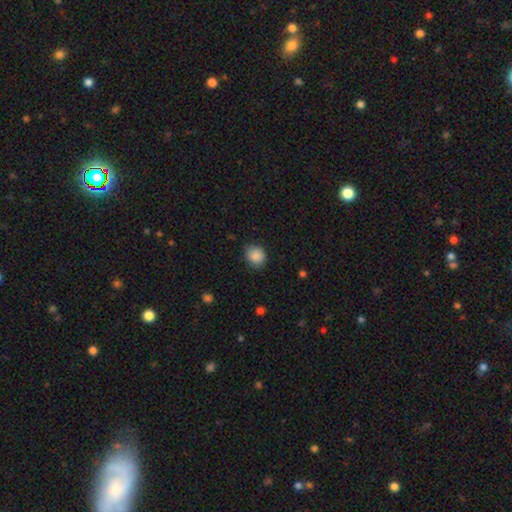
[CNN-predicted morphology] type=smooth (87%); roundness=round (70%); merging=none (74%).